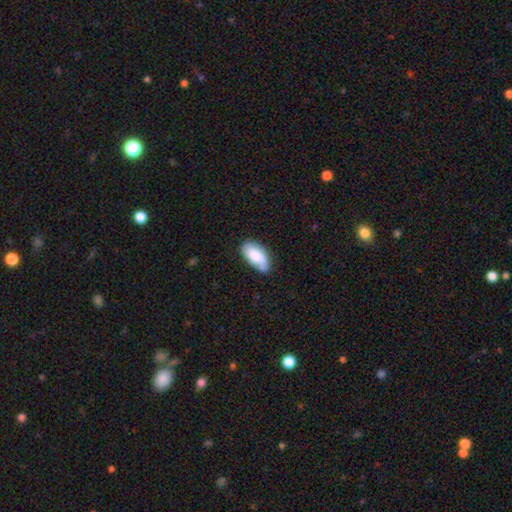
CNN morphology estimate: smooth-or-featured: smooth: 72% | featured or disk: 22% | star or artifact: 7%
  how-rounded: in between: 94% | cigar-shaped: 3% | round: 3%
  merging: none: 64% | minor disturbance: 27% | major disturbance: 7% | merger: 3%